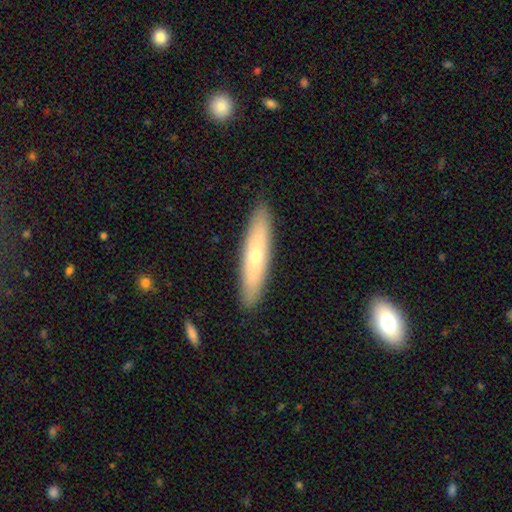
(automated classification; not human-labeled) Smooth or featured: smooth — 53% (featured or disk — 41%)
How rounded: cigar-shaped — 82% (in between — 17%)
Merging: none — 89% (minor disturbance — 8%)